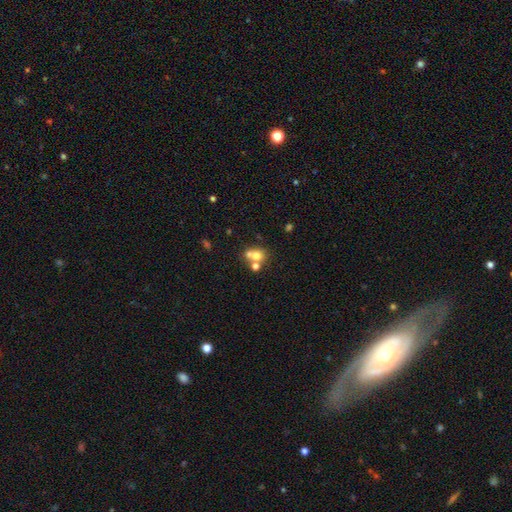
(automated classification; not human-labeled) A smooth galaxy with no disk features (66%) that is round (67%).

Vote fractions:
- Smooth or featured? smooth: 66% / featured or disk: 20% / star or artifact: 14%
- How rounded? round: 67% / in between: 32% / cigar-shaped: 1%
- Merging? merger: 50% / none: 38% / minor disturbance: 8% / major disturbance: 4%